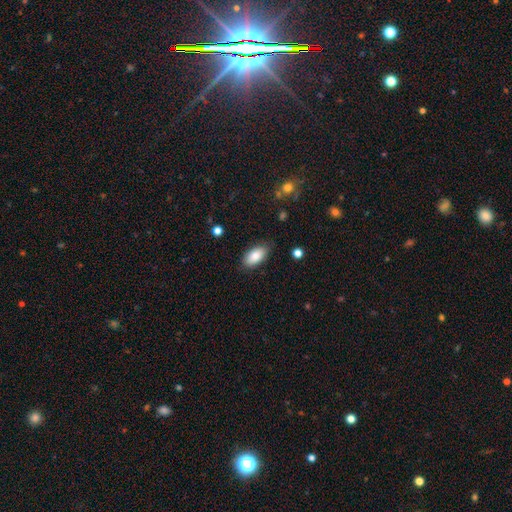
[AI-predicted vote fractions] A smooth galaxy with no disk features (84%) that is in between round and cigar-shaped (93%). Merging: none (83%).